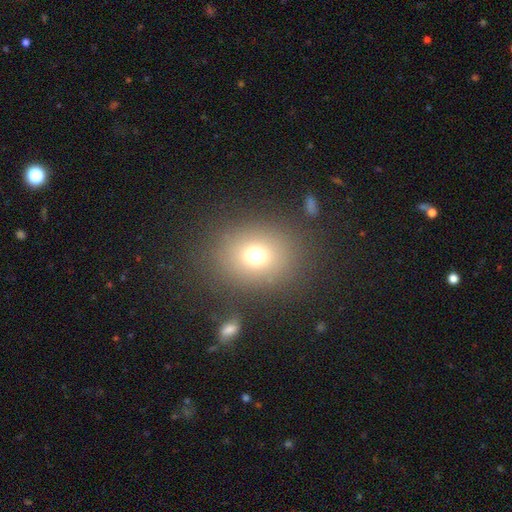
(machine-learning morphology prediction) Q: Smooth or featured?
A: smooth (72%); runner-up: star or artifact (17%)
Q: How rounded?
A: round (60%); runner-up: in between (39%)
Q: Merging?
A: none (81%); runner-up: minor disturbance (9%)